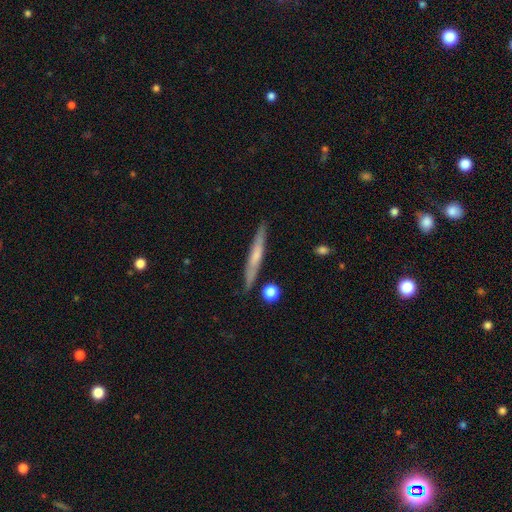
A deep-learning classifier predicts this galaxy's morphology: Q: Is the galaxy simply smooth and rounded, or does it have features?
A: smooth — 48%.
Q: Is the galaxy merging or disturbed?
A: none — 86%.